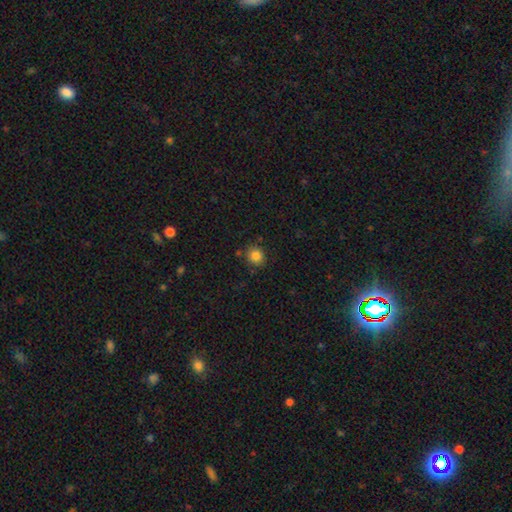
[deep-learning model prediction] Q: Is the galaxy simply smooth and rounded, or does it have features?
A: smooth — 84%.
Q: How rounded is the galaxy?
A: round — 83%.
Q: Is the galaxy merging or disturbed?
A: none — 83%.